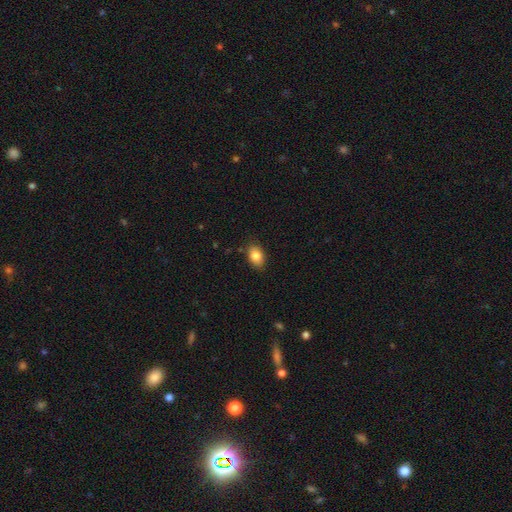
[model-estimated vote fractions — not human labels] smooth 84%, star or artifact 8%, featured or disk 7%. Down the decision tree: how rounded — in between (83%); merging — none (84%).